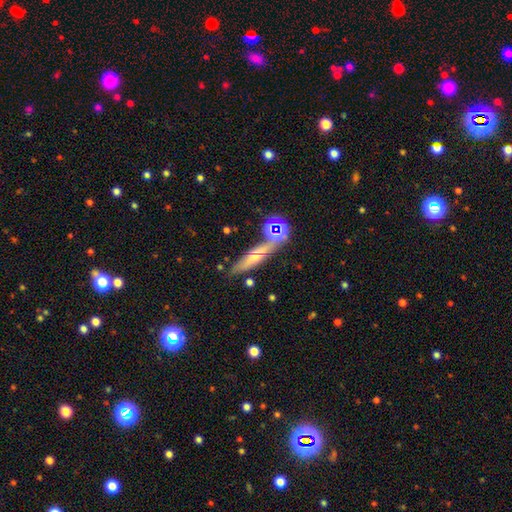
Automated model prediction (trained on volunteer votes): Morphology: type=featured or disk (49%); merging=none (72%).